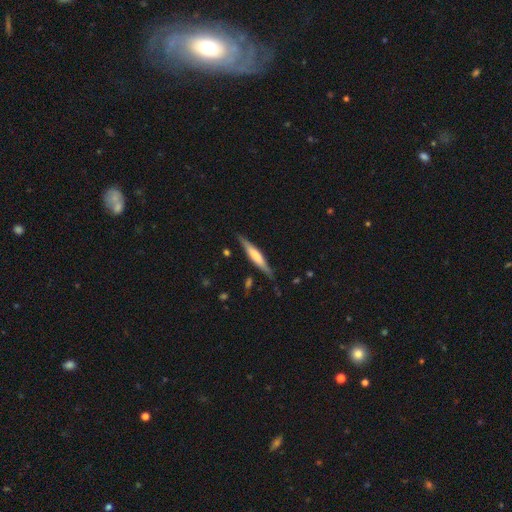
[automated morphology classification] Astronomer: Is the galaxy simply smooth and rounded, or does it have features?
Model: featured or disk — 54% (runner-up: smooth, 41%).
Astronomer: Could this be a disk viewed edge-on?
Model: yes — 95%.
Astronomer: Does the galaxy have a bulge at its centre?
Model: rounded — 40% (runner-up: boxy, 38%).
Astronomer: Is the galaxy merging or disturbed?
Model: none — 84%.